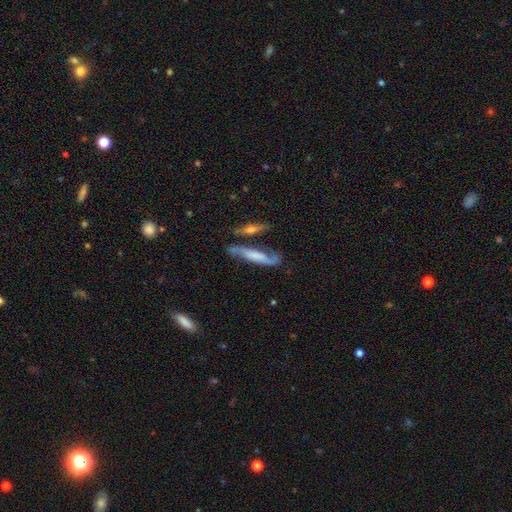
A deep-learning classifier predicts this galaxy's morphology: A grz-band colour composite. It shows a featured or disk galaxy (58%). Merging: none (52%).